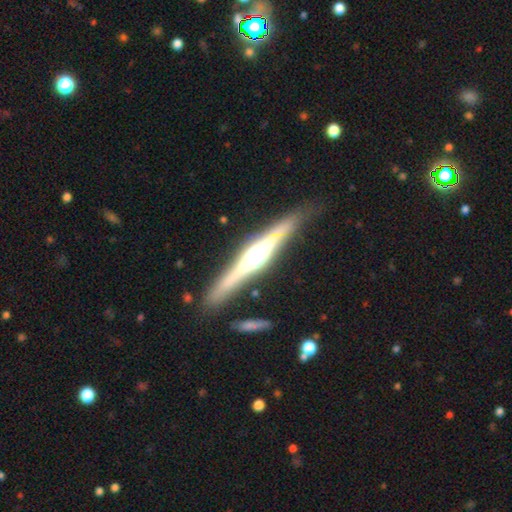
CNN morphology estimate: Q: Smooth or featured?
A: featured or disk (79%); runner-up: smooth (15%)
Q: Edge-on disk?
A: yes (97%); runner-up: no (3%)
Q: Edge-on bulge?
A: rounded (81%); runner-up: boxy (15%)
Q: Merging?
A: none (85%); runner-up: minor disturbance (10%)